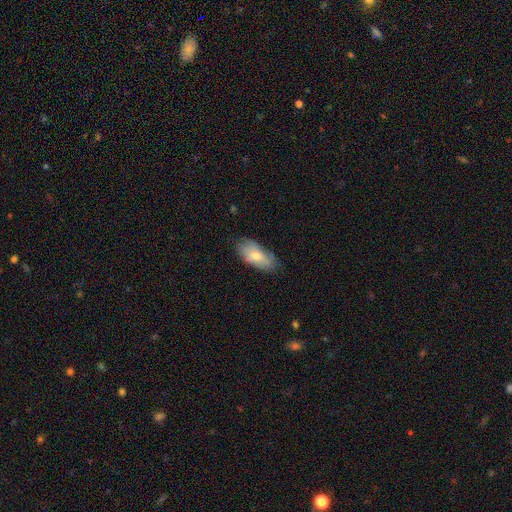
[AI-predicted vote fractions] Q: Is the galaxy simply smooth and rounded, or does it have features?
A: smooth — 69%.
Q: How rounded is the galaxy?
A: in between — 90%.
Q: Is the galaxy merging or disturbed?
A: none — 66%.